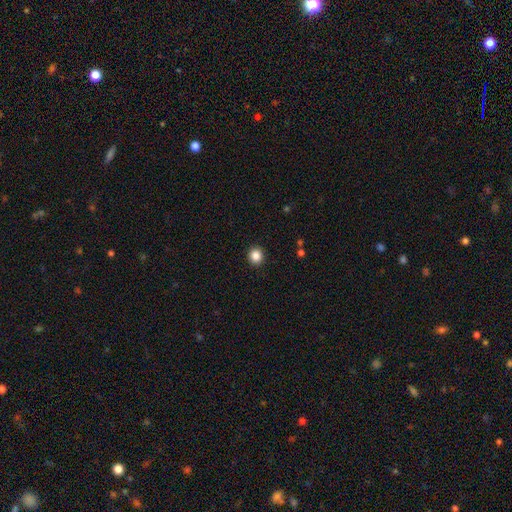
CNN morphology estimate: Smooth or featured: smooth — 85% (star or artifact — 10%)
How rounded: round — 88% (in between — 12%)
Merging: none — 92% (minor disturbance — 5%)